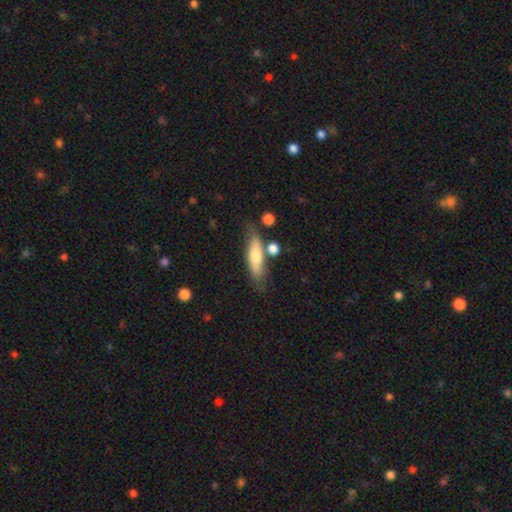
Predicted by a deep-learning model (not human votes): This is possibly a smooth galaxy (58%). How rounded: possibly cigar-shaped (55%). Merging: likely none (66%).